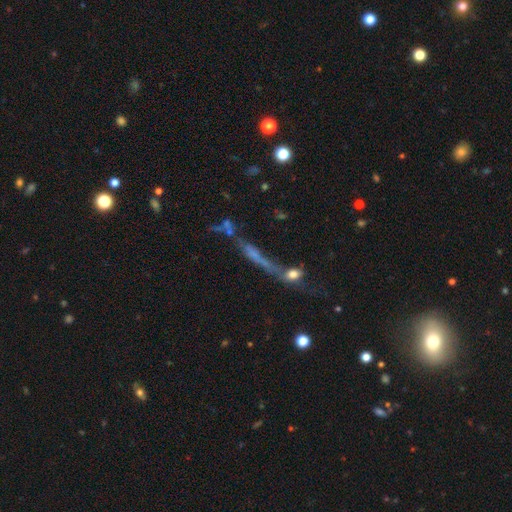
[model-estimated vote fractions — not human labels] Smooth or featured? Predicted: featured or disk (p=0.43). Merging? Predicted: merger (p=0.36).